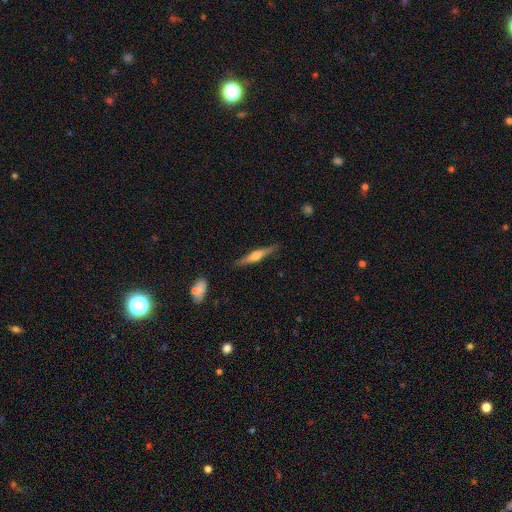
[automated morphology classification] Overall: featured or disk (66%; smooth 28%). Edge-on disk: yes (97%). Edge-on bulge: rounded (84%). Merging: none (88%).